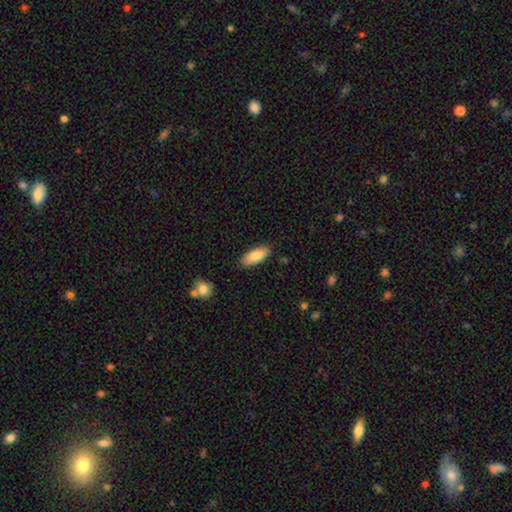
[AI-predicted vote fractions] Smooth or featured? smooth (85%)
How rounded? in between (82%)
Merging? none (87%)